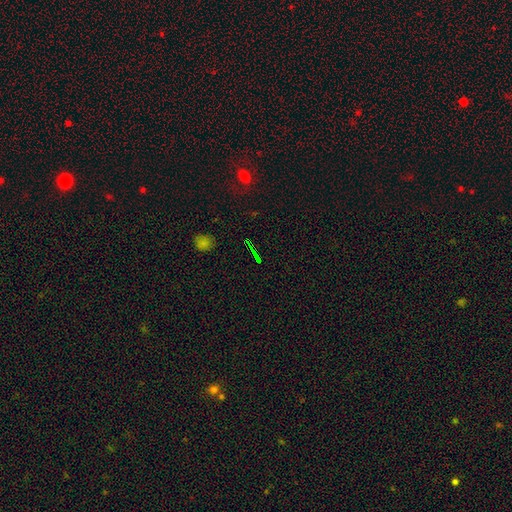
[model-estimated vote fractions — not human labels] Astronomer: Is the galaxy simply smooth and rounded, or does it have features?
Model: star or artifact — 67%.